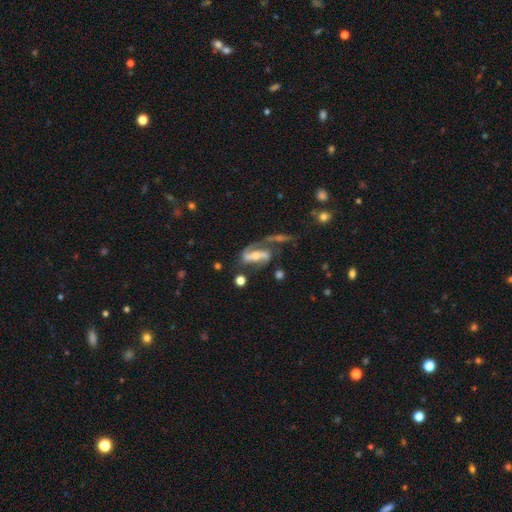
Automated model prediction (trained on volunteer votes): smooth_or_featured: featured or disk (p=0.80) [alt: smooth p=0.13]
disk_edge_on: no (p=0.93) [alt: yes p=0.07]
bar: strong (p=0.44) [alt: weak p=0.30]
has_spiral_arms: yes (p=0.89) [alt: no p=0.11]
spiral_winding: loose (p=0.46) [alt: medium p=0.39]
spiral_arm_count: 2 (p=0.67) [alt: 1 p=0.24]
bulge_size: moderate (p=0.48) [alt: small p=0.41]
merging: major disturbance (p=0.35) [alt: none p=0.32]